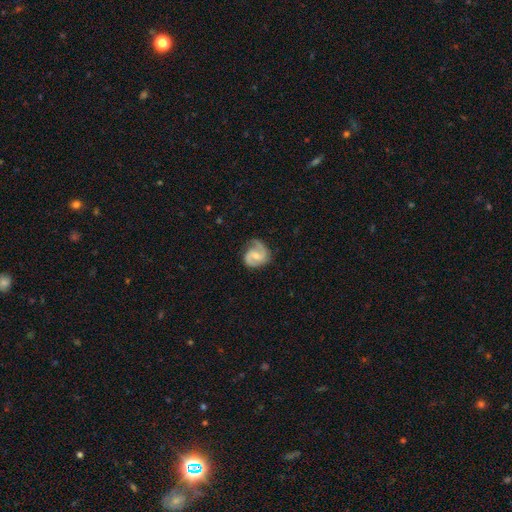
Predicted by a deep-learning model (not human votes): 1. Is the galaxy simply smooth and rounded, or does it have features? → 81% featured or disk, 14% smooth, 5% star or artifact.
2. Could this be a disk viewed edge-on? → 98% no, 2% yes.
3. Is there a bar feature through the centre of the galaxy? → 51% weak, 35% no, 15% strong.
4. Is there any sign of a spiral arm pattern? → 96% yes, 4% no.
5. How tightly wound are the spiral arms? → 51% medium, 27% tight, 21% loose.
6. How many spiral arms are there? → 83% 2, 8% 1, 5% can't tell, 2% 3, 1% 4, 1% more than 4.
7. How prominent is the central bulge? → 47% small, 42% moderate, 7% none, 2% large, 1% dominant.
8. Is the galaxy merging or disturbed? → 66% none, 23% minor disturbance, 9% major disturbance, 1% merger.